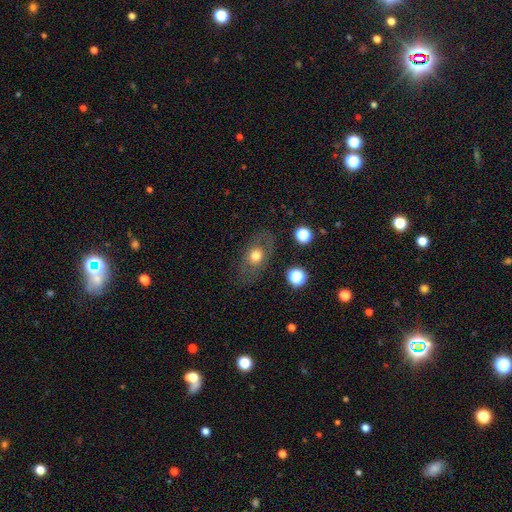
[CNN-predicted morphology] type=smooth (60%); roundness=in between (67%); merging=none (77%).